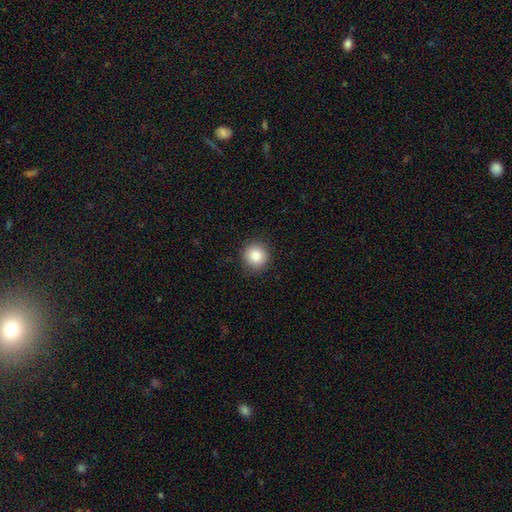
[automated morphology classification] Smooth or featured: smooth — 86% (star or artifact — 9%)
How rounded: round — 92% (in between — 7%)
Merging: none — 89% (minor disturbance — 8%)